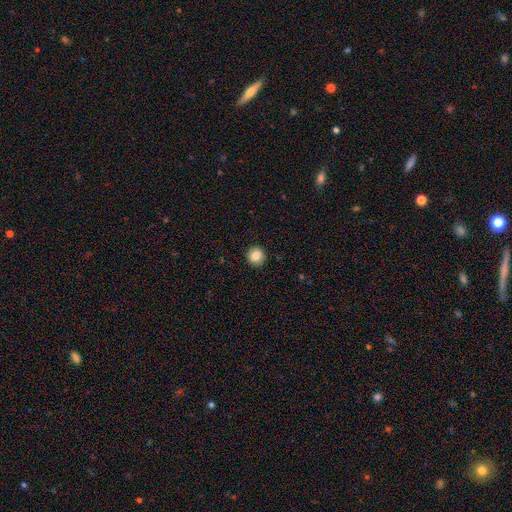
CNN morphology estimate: Smooth or featured: smooth — 85% (star or artifact — 9%)
How rounded: round — 92% (in between — 7%)
Merging: none — 92% (minor disturbance — 5%)